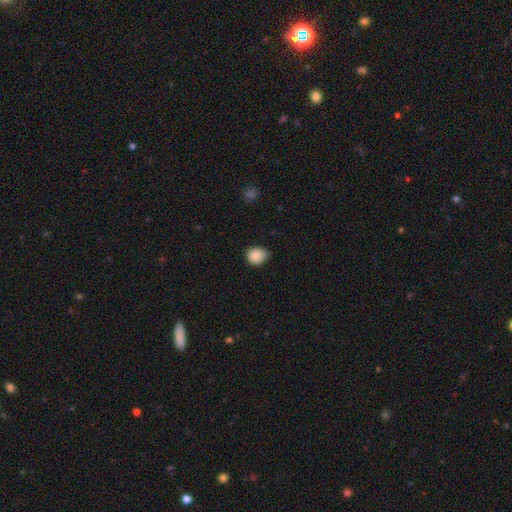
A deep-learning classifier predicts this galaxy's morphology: A smooth galaxy with no disk features (88%) that is round (67%). Merging: none (72%).